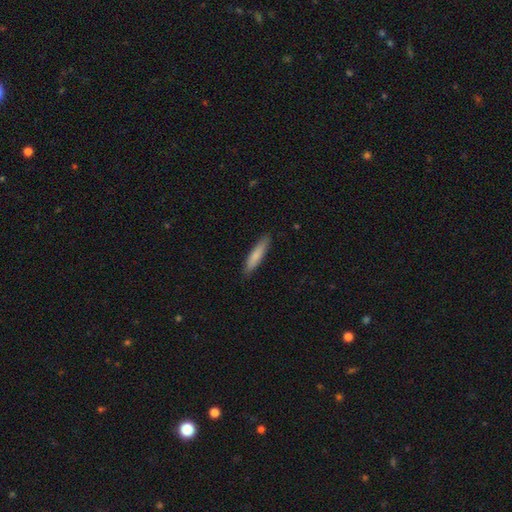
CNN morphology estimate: Smooth or featured? smooth (81%)
How rounded? cigar-shaped (84%)
Merging? none (88%)